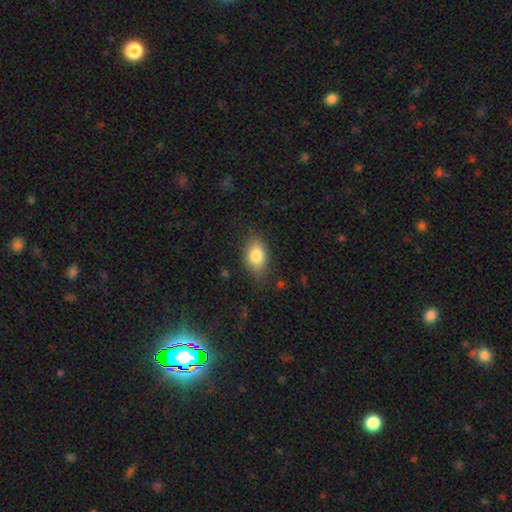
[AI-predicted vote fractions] Smooth or featured?
  - smooth: 80% *
  - featured or disk: 12%
  - star or artifact: 8%
How rounded?
  - in between: 86% *
  - round: 10%
  - cigar-shaped: 3%
Merging?
  - none: 76% *
  - minor disturbance: 18%
  - major disturbance: 5%
  - merger: 1%